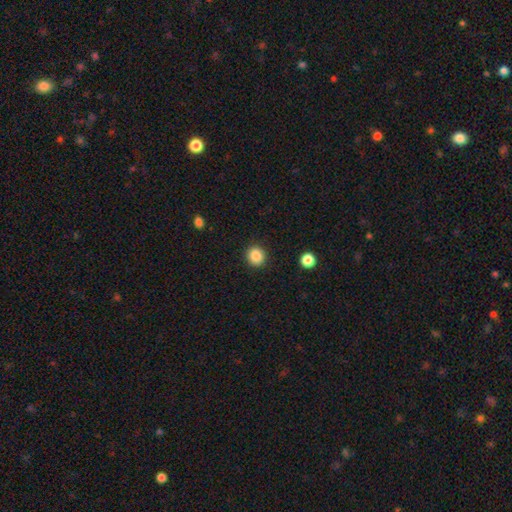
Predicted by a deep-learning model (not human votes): Smooth or featured?
  - smooth: 87% *
  - star or artifact: 9%
  - featured or disk: 3%
How rounded?
  - round: 85% *
  - in between: 14%
  - cigar-shaped: 1%
Merging?
  - none: 91% *
  - minor disturbance: 6%
  - major disturbance: 2%
  - merger: 1%